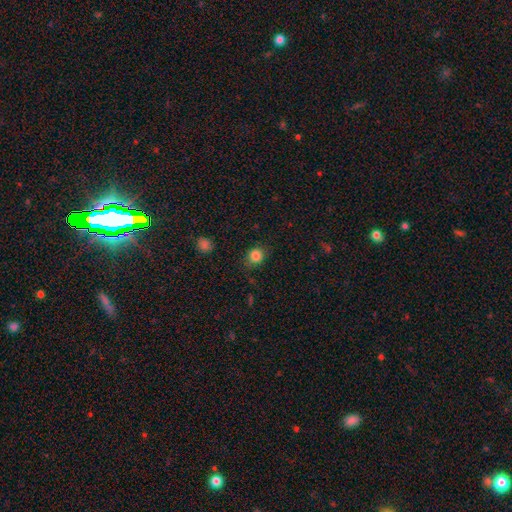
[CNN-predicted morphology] type=smooth (84%); roundness=round (76%); merging=none (78%).